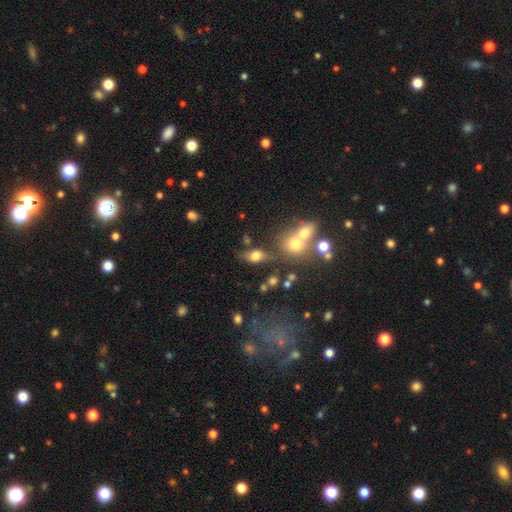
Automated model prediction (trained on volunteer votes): Q: Smooth or featured?
A: smooth (69%); runner-up: featured or disk (18%)
Q: How rounded?
A: in between (76%); runner-up: round (18%)
Q: Merging?
A: none (55%); runner-up: merger (19%)